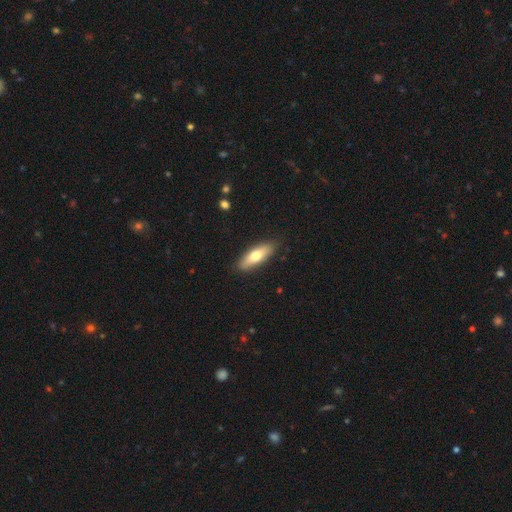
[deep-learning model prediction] Smooth or featured: smooth — 66% (featured or disk — 29%)
How rounded: in between — 54% (cigar-shaped — 44%)
Merging: none — 88% (minor disturbance — 9%)